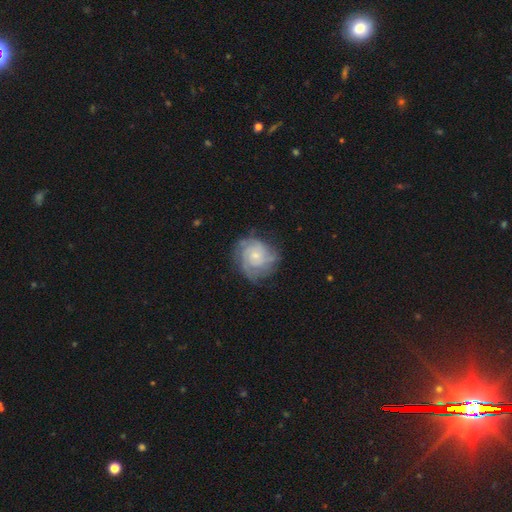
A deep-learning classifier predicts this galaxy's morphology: Smooth or featured: featured or disk — 73% (smooth — 20%)
Edge-on disk: no — 98% (yes — 2%)
Bar: no — 77% (weak — 20%)
Spiral arms: yes — 92% (no — 8%)
Spiral winding: tight — 58% (medium — 33%)
Spiral arm count: can't tell — 34% (3 — 25%)
Bulge size: small — 68% (moderate — 25%)
Merging: none — 66% (minor disturbance — 22%)